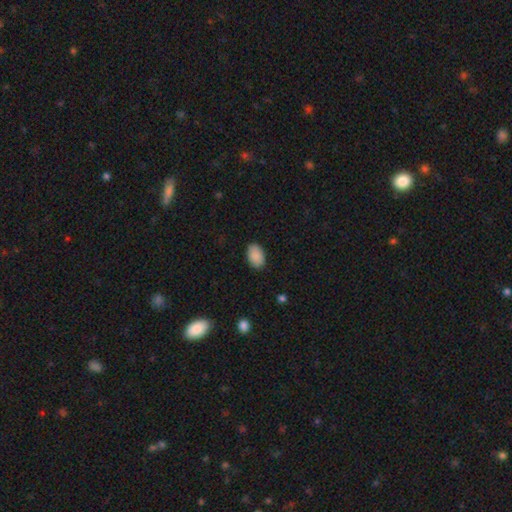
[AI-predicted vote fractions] Smooth or featured? smooth (90%)
How rounded? in between (90%)
Merging? none (87%)